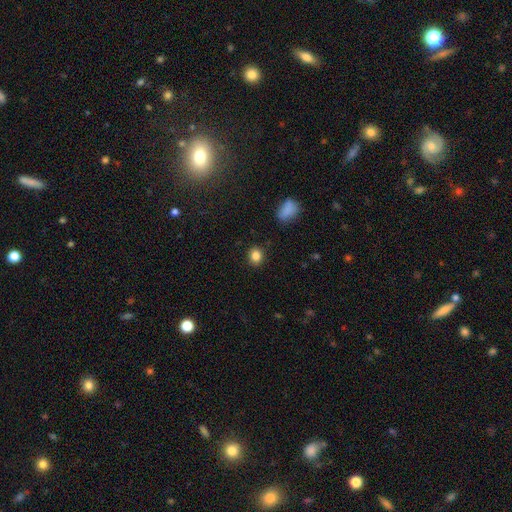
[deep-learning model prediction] Q: Smooth or featured?
A: smooth (85%); runner-up: star or artifact (10%)
Q: How rounded?
A: round (68%); runner-up: in between (31%)
Q: Merging?
A: none (88%); runner-up: minor disturbance (8%)